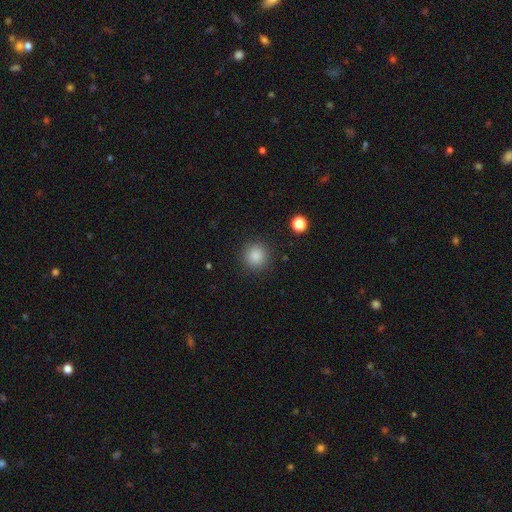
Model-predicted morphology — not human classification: This appears to be a smooth galaxy with no disk features (86%) that is round (94%). Merging: none (90%).